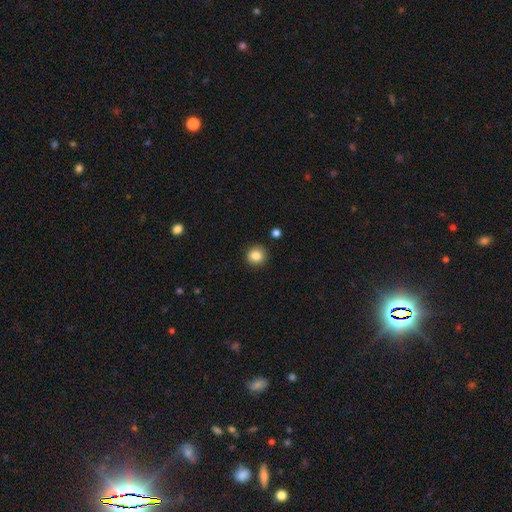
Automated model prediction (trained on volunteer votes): Smooth or featured? smooth (85%)
How rounded? round (90%)
Merging? none (90%)